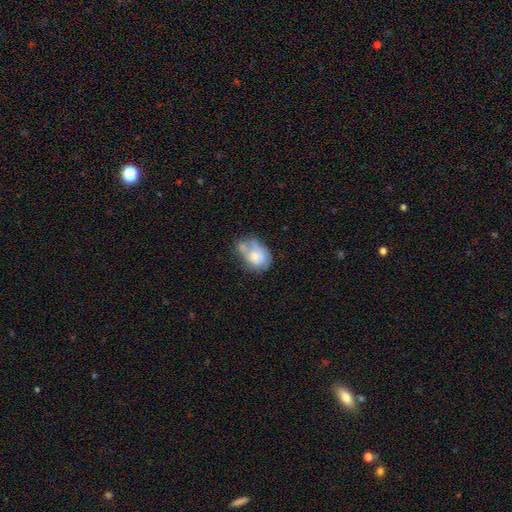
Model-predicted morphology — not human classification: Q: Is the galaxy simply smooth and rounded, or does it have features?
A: smooth — 57%.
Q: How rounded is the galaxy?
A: in between — 67%.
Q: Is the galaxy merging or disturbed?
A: minor disturbance — 27%, tied with merger.